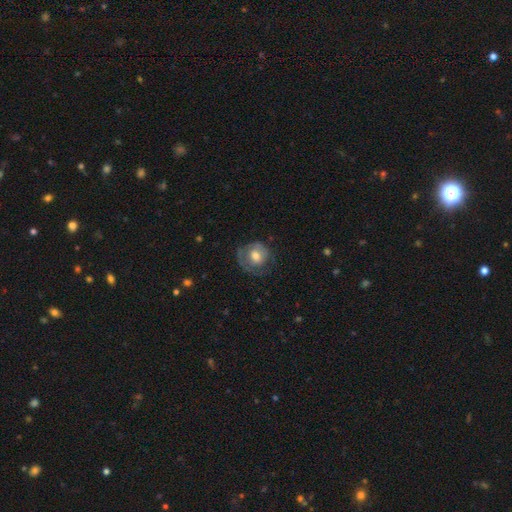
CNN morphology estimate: Overall: smooth (52%; featured or disk 41%). How rounded: round (76%). Merging: none (56%; minor disturbance 23%).